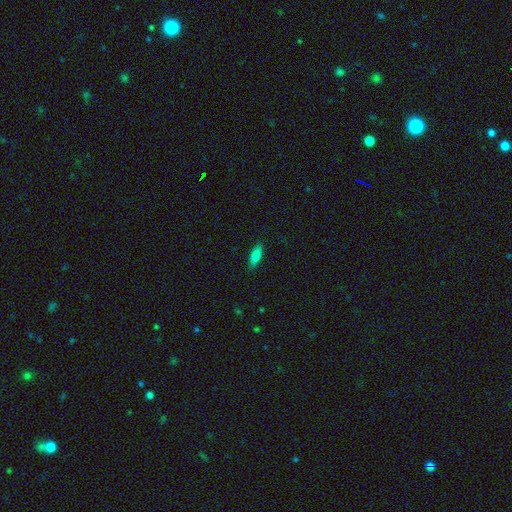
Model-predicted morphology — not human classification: The model was most divided on "how rounded": in between: 59%, cigar-shaped: 39%, round: 2%. More confident: merging — none (88%); smooth or featured — smooth (76%).